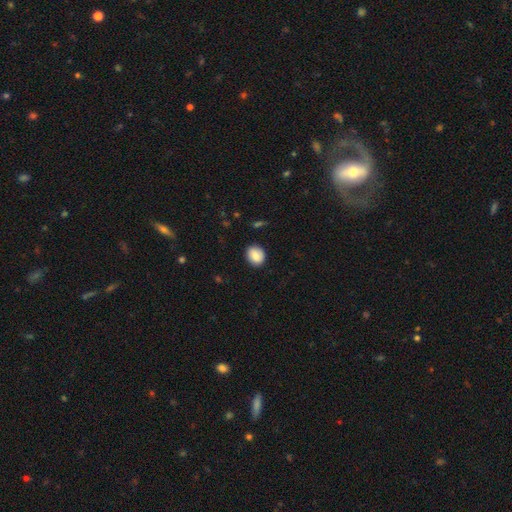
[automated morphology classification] smooth 81%, featured or disk 11%, star or artifact 8%. Down the decision tree: how rounded — round (67%); merging — none (85%).